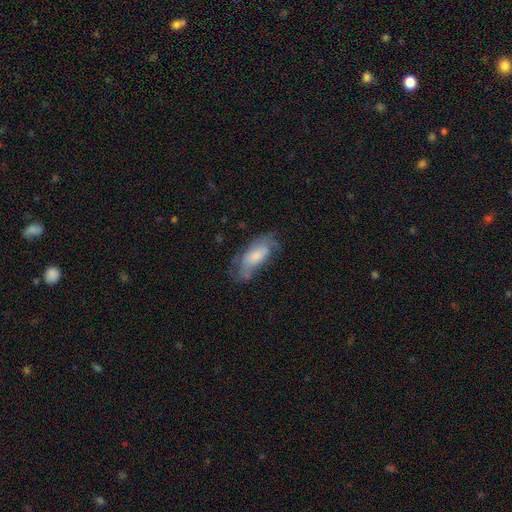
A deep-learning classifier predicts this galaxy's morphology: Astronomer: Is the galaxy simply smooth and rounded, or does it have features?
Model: smooth — 51% (runner-up: featured or disk, 41%).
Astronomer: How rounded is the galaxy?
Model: in between — 78%.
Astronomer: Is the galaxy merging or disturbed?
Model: none — 48% (runner-up: minor disturbance, 30%).